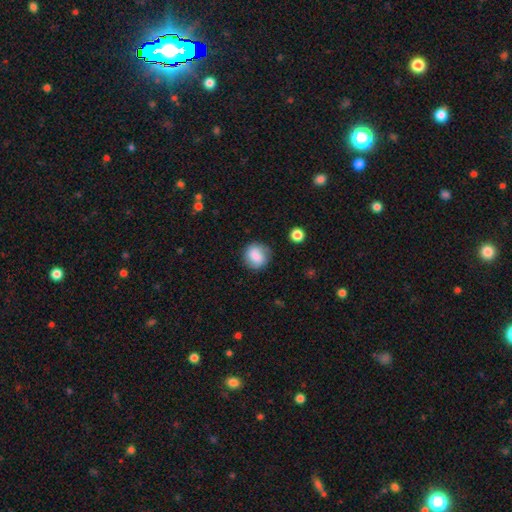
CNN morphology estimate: Q: Smooth or featured?
A: smooth (76%); runner-up: featured or disk (16%)
Q: How rounded?
A: round (84%); runner-up: in between (15%)
Q: Merging?
A: none (80%); runner-up: minor disturbance (14%)